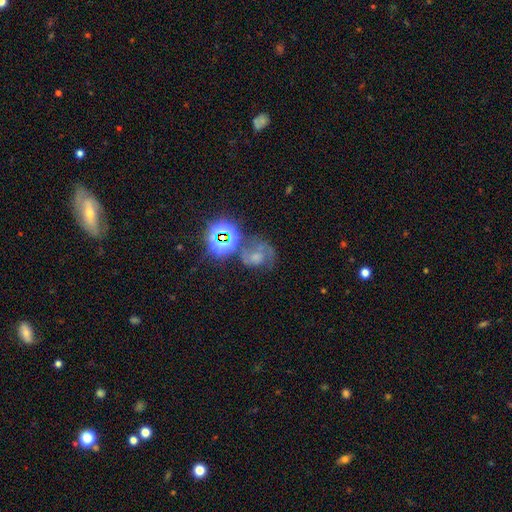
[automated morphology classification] A featured or disk galaxy (43%).

Vote fractions:
- Smooth or featured? featured or disk: 43% / star or artifact: 29% / smooth: 28%
- Merging? none: 41% / major disturbance: 23% / minor disturbance: 20% / merger: 17%